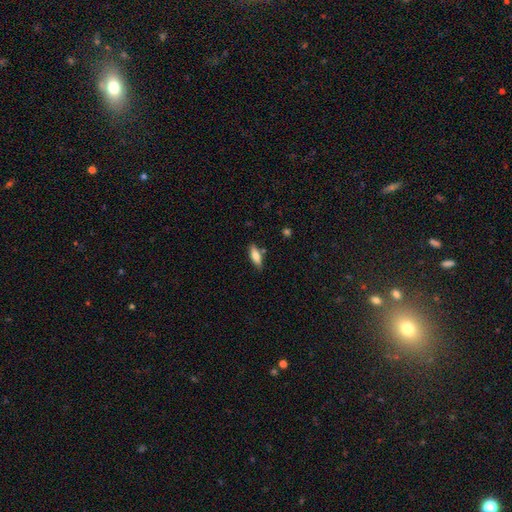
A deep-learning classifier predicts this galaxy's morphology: Q: Smooth or featured?
A: smooth (71%); runner-up: featured or disk (22%)
Q: How rounded?
A: in between (59%); runner-up: cigar-shaped (39%)
Q: Merging?
A: none (78%); runner-up: minor disturbance (14%)